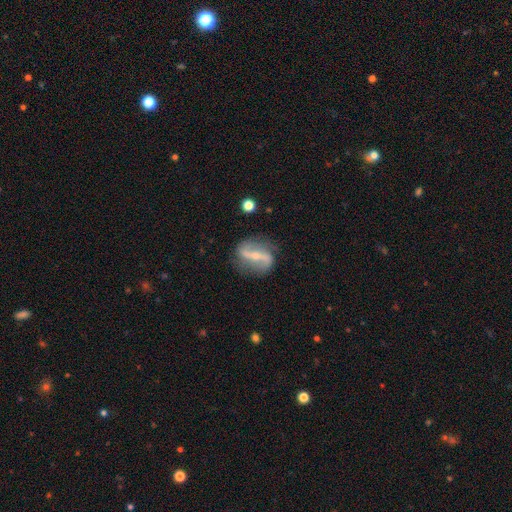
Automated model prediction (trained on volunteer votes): Overall: featured or disk (83%). Edge-on disk: no (92%). Bar: strong (66%). Spiral arms: yes (86%). Spiral arm count: 2 (90%). Spiral winding: loose (66%). Bulge size: small (64%; moderate 31%). Merging: none (79%).